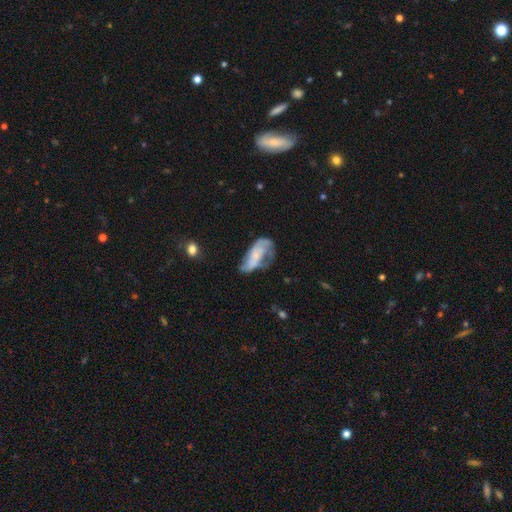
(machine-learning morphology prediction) Smooth or featured? featured or disk (58%)
Edge-on disk? no (93%)
Bar? no (67%)
Spiral arms? yes (65%)
Bulge size? small (56%)
Merging? major disturbance (34%)